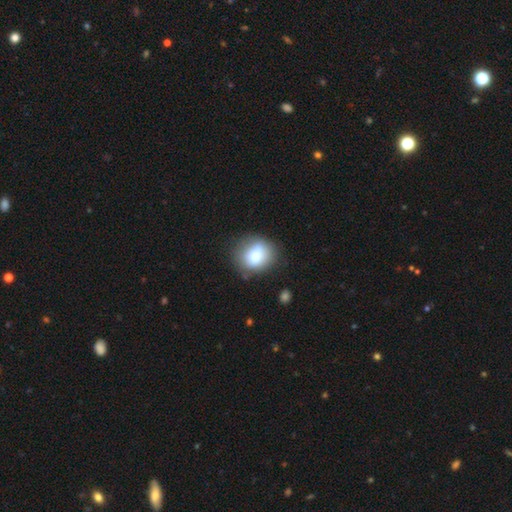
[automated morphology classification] Smooth or featured: smooth — 79% (featured or disk — 12%)
How rounded: round — 68% (in between — 31%)
Merging: none — 69% (minor disturbance — 20%)